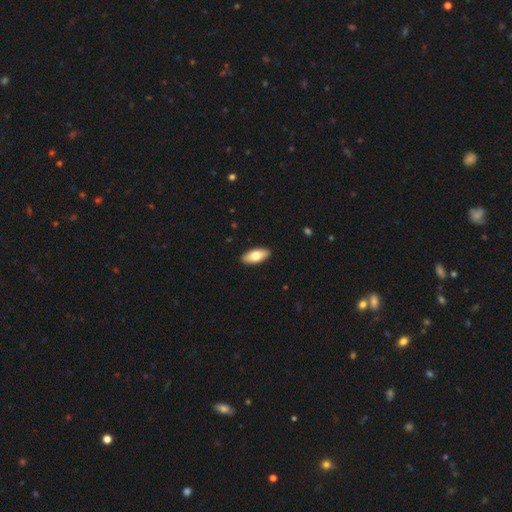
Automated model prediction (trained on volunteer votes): Overall: smooth (73%). How rounded: in between (86%). Merging: none (91%).